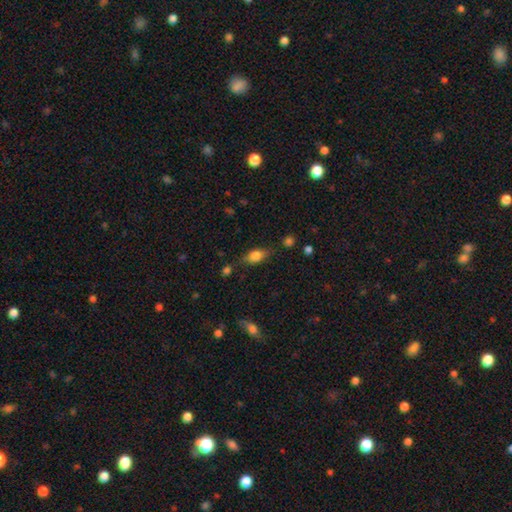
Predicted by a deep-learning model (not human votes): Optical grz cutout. It shows a smooth galaxy with no disk features (73%) that is in between round and cigar-shaped (82%). Merging: none (72%).